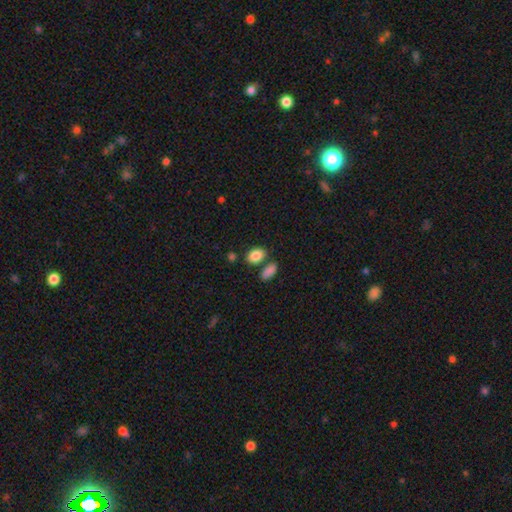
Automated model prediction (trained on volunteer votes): Smooth or featured? smooth (86%)
How rounded? in between (84%)
Merging? none (66%)